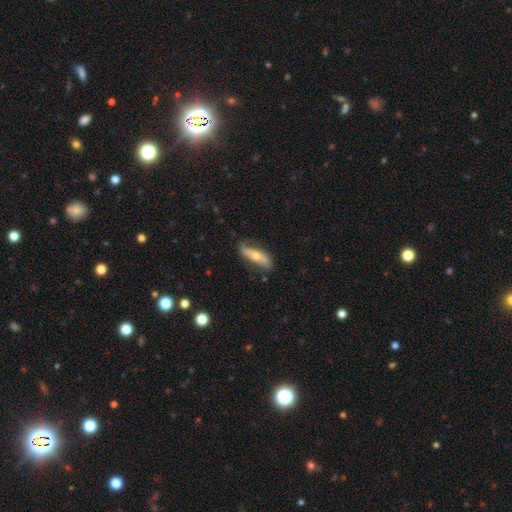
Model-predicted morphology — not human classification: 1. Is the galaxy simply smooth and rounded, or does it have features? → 51% featured or disk, 43% smooth, 6% star or artifact.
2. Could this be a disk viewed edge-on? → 53% no, 47% yes.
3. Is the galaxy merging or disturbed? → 74% none, 20% minor disturbance, 5% major disturbance, 2% merger.